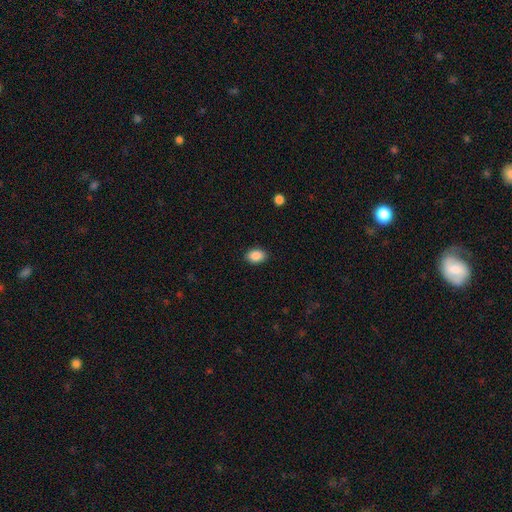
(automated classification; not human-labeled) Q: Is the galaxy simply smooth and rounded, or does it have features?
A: smooth — 89%.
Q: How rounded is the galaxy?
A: in between — 80%.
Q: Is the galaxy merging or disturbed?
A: none — 88%.